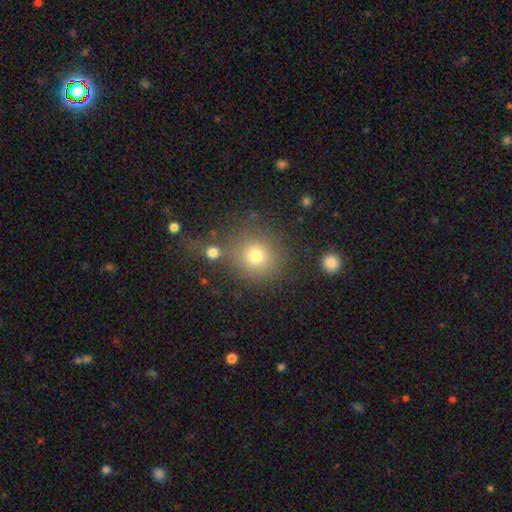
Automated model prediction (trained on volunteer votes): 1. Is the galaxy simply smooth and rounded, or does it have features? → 74% smooth, 16% star or artifact, 10% featured or disk.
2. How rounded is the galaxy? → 89% round, 10% in between, 1% cigar-shaped.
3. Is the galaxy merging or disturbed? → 72% none, 12% merger, 10% minor disturbance, 6% major disturbance.